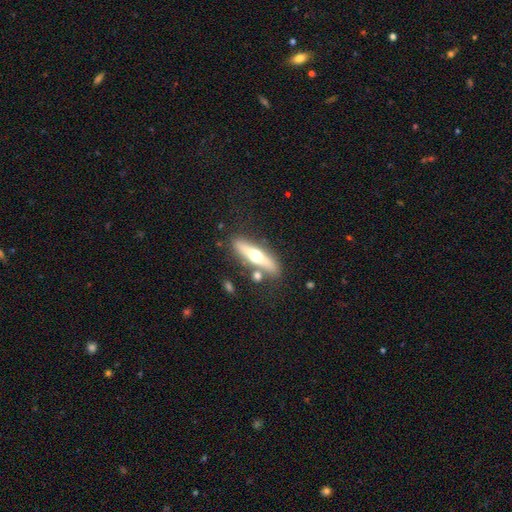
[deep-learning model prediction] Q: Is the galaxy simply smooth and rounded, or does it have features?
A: featured or disk — 56%.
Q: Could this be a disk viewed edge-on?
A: yes — 88%.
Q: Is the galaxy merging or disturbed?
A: none — 78%.